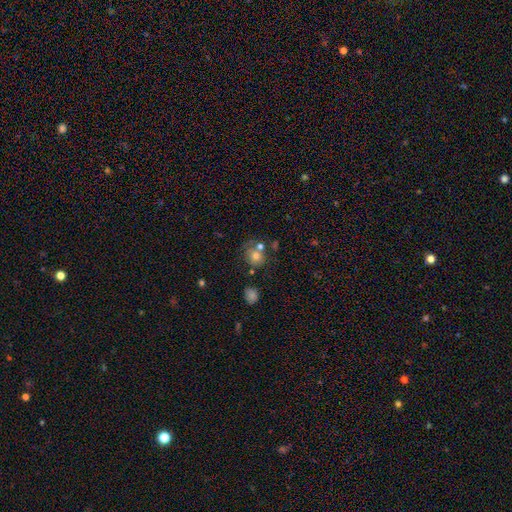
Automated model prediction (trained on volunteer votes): Smooth or featured?
  - smooth: 71% *
  - featured or disk: 17%
  - star or artifact: 13%
How rounded?
  - round: 77% *
  - in between: 22%
  - cigar-shaped: 1%
Merging?
  - none: 48% *
  - merger: 27%
  - minor disturbance: 16%
  - major disturbance: 9%